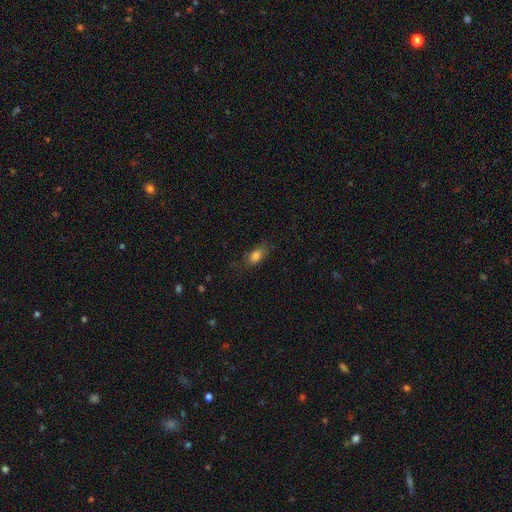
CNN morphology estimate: This is likely a smooth galaxy (79%). How rounded: likely in between (77%). Merging: likely none (65%).